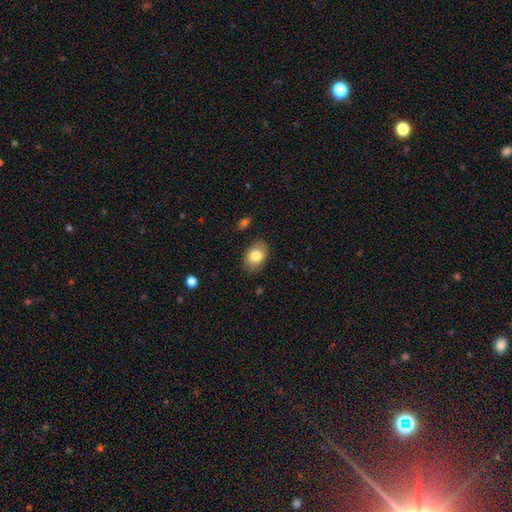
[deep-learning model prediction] smooth-or-featured: smooth: 82% | featured or disk: 11% | star or artifact: 7%
  how-rounded: in between: 79% | round: 20% | cigar-shaped: 1%
  merging: none: 85% | minor disturbance: 11% | major disturbance: 3% | merger: 1%